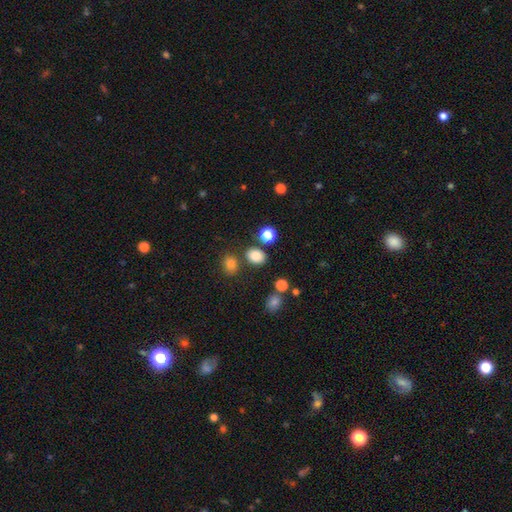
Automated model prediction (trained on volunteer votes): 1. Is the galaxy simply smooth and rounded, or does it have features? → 82% smooth, 12% star or artifact, 6% featured or disk.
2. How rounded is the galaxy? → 52% in between, 47% round, 1% cigar-shaped.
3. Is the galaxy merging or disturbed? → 78% none, 10% minor disturbance, 9% merger, 3% major disturbance.